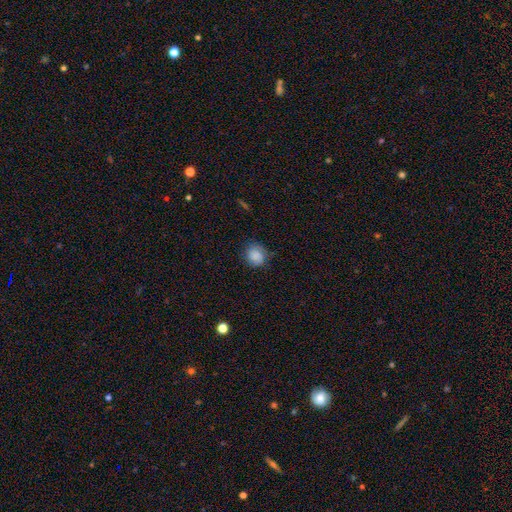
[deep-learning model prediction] This is likely a smooth galaxy (79%). How rounded: likely round (74%). Merging: likely none (72%).